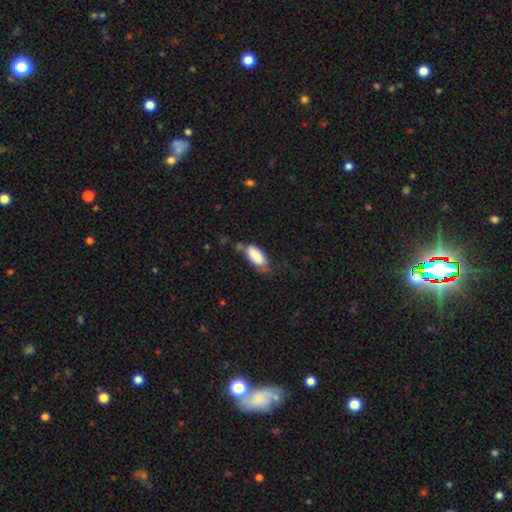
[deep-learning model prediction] smooth_or_featured: smooth (p=0.84) [alt: featured or disk p=0.09]
how_rounded: in between (p=0.84) [alt: cigar-shaped p=0.14]
merging: none (p=0.46) [alt: minor disturbance p=0.35]